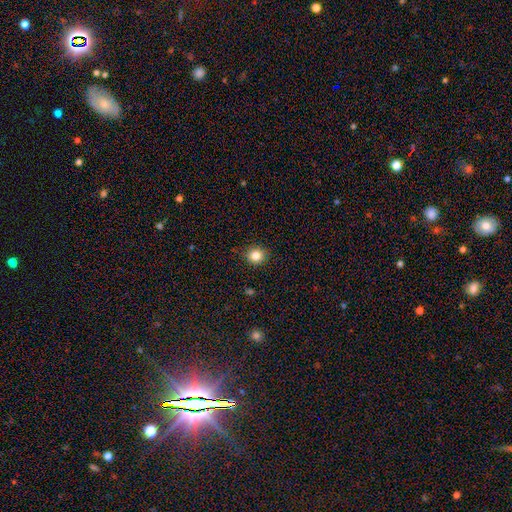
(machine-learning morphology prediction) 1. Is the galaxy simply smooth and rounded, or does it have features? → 84% smooth, 11% star or artifact, 5% featured or disk.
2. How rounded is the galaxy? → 83% round, 16% in between, 1% cigar-shaped.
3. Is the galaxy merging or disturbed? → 89% none, 8% minor disturbance, 2% major disturbance, 1% merger.